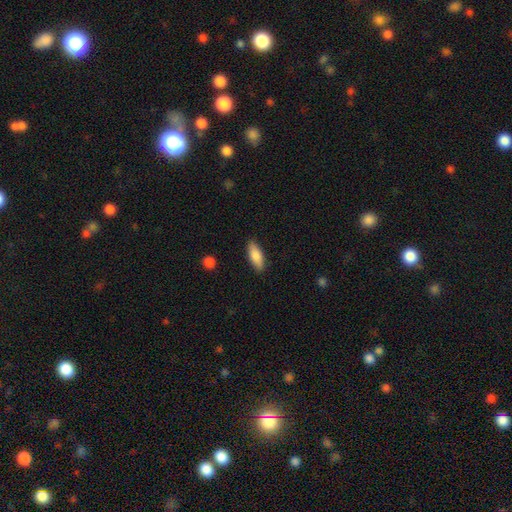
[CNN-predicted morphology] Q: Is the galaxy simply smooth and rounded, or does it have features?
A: smooth — 82%.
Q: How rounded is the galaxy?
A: in between — 73%.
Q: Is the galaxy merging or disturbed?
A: none — 88%.